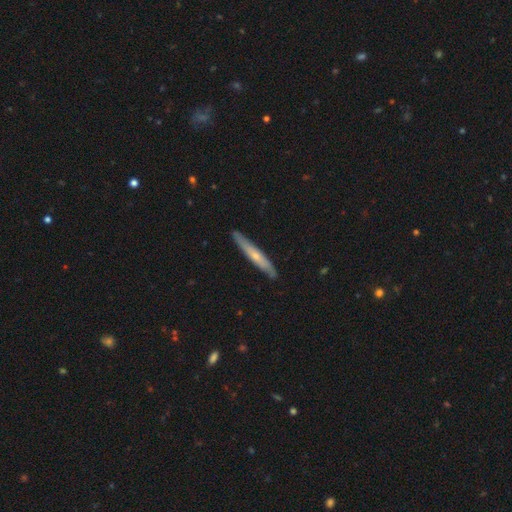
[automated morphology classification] Q: Smooth or featured?
A: featured or disk (49%); runner-up: smooth (45%)
Q: Merging?
A: none (86%); runner-up: minor disturbance (11%)